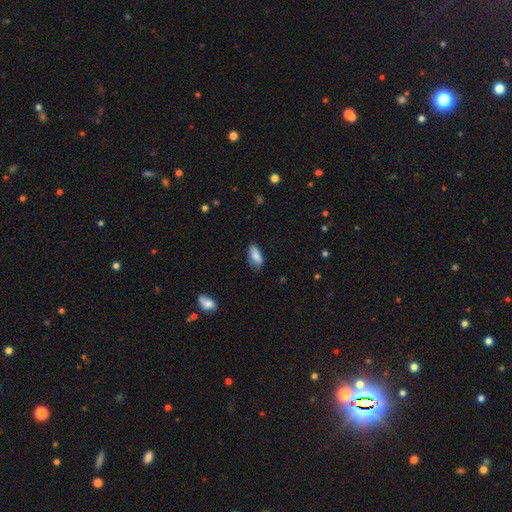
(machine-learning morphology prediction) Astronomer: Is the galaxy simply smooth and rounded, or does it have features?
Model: smooth — 84%.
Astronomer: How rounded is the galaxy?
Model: in between — 86%.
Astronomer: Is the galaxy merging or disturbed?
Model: none — 71%.